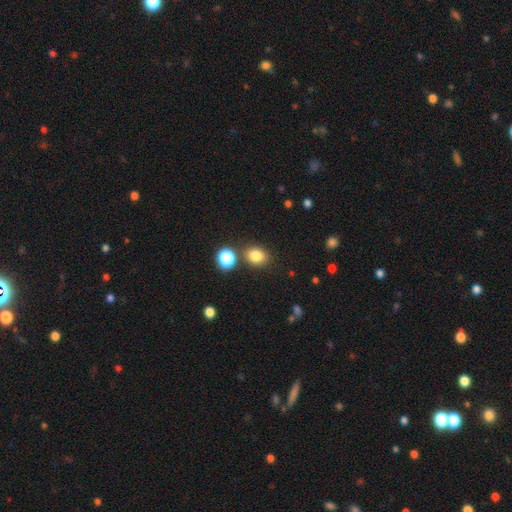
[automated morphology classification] smooth 81%, star or artifact 13%, featured or disk 6%. Down the decision tree: how rounded — round (51%); merging — none (79%).